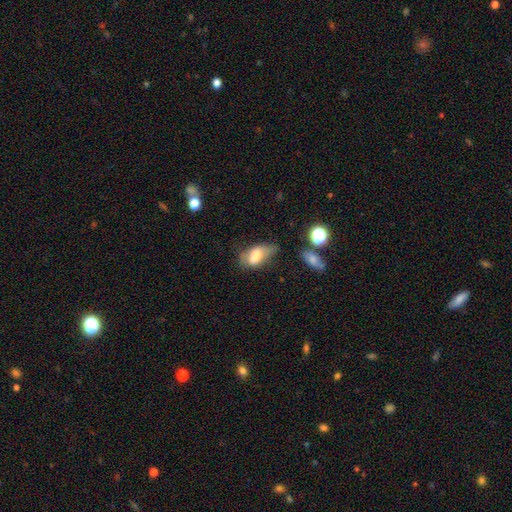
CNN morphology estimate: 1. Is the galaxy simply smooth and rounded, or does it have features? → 68% smooth, 23% featured or disk, 9% star or artifact.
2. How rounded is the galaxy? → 88% in between, 6% cigar-shaped, 6% round.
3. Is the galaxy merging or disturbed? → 36% minor disturbance, 35% none, 23% major disturbance, 7% merger.